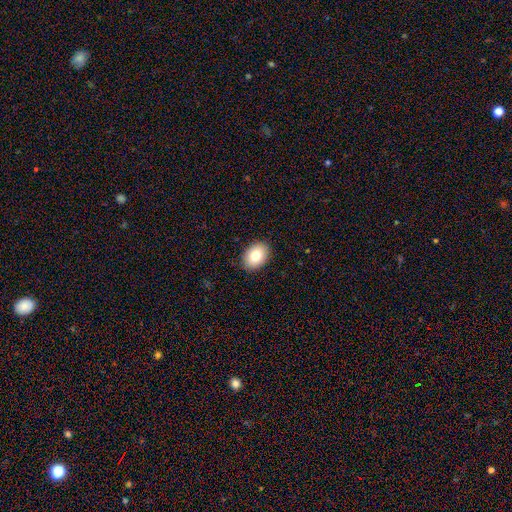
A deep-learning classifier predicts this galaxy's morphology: The model was most divided on "how rounded": in between: 75%, round: 24%, cigar-shaped: 1%. More confident: merging — none (90%); smooth or featured — smooth (81%).